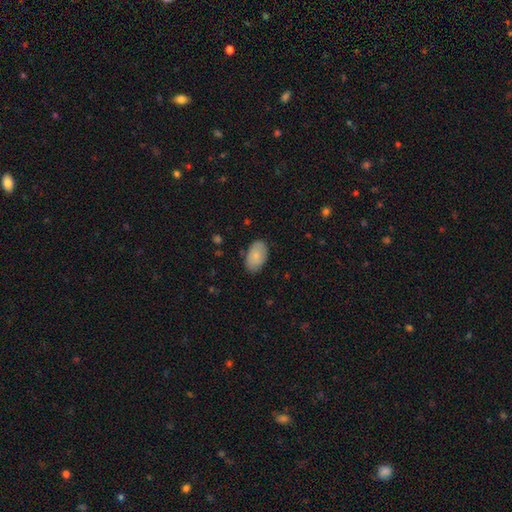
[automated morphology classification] Smooth or featured: smooth — 79% (featured or disk — 15%)
How rounded: in between — 92% (round — 6%)
Merging: none — 82% (minor disturbance — 14%)